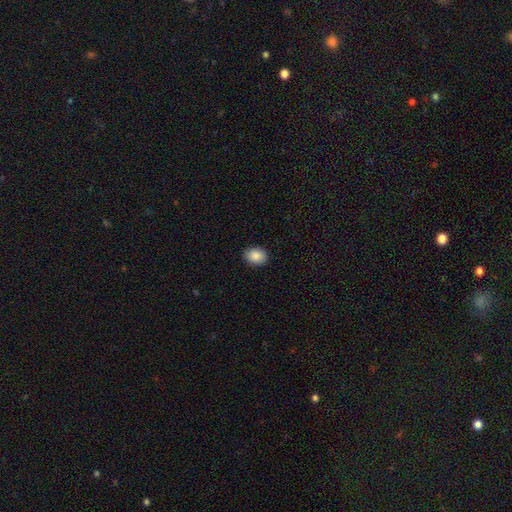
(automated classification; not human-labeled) Overall: smooth (88%). How rounded: in between (59%; round 40%). Merging: none (90%).